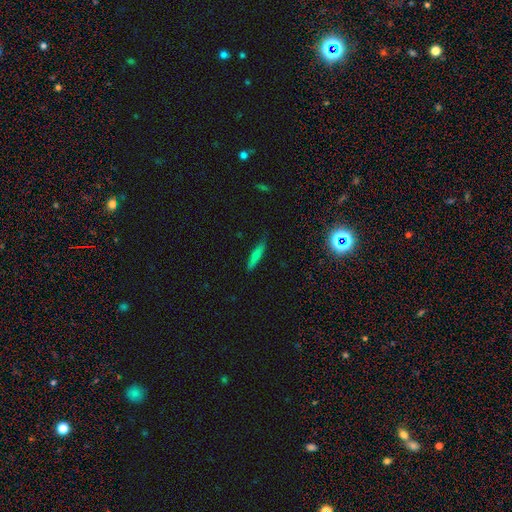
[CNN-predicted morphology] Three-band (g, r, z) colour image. It shows a smooth galaxy with no disk features (72%) that is cigar-shaped (85%). Merging: none (81%).